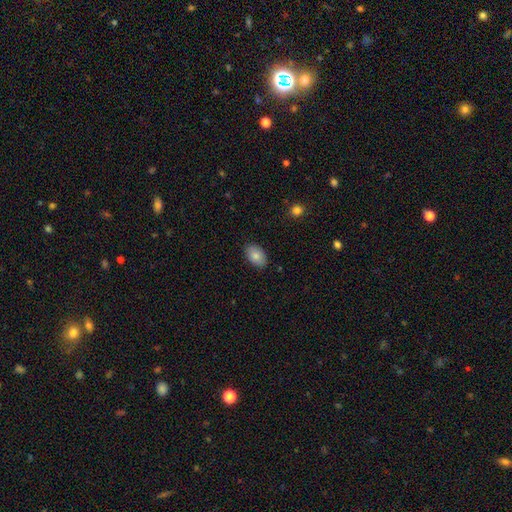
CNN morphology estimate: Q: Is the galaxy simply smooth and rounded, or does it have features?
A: smooth — 84%.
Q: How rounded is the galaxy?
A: in between — 90%.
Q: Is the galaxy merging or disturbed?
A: none — 86%.